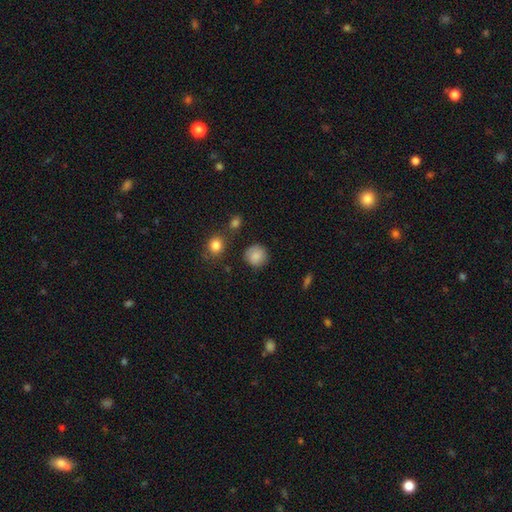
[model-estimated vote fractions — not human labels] smooth_or_featured: smooth (p=0.86) [alt: star or artifact p=0.09]
how_rounded: round (p=0.91) [alt: in between p=0.08]
merging: none (p=0.84) [alt: minor disturbance p=0.10]